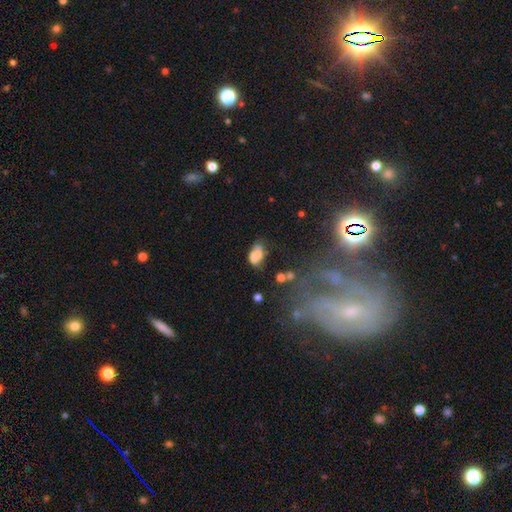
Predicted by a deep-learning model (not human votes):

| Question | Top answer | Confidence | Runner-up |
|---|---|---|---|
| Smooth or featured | smooth | 66% | featured or disk (23%) |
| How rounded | in between | 89% | round (8%) |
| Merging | none | 41% | minor disturbance (31%) |